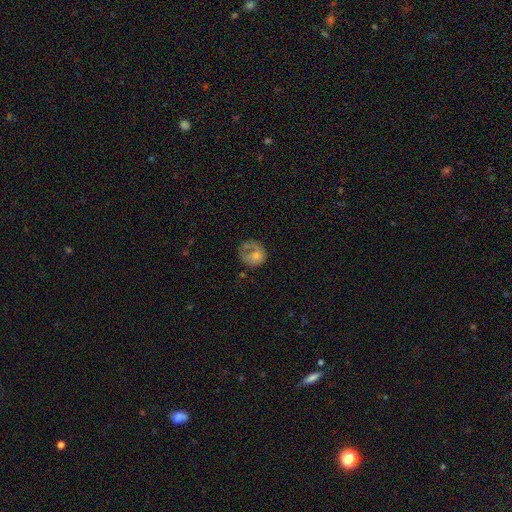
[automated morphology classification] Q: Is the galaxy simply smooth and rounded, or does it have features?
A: smooth — 55%.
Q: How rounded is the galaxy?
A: round — 71%.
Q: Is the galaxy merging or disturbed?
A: none — 36%, tied with major disturbance.